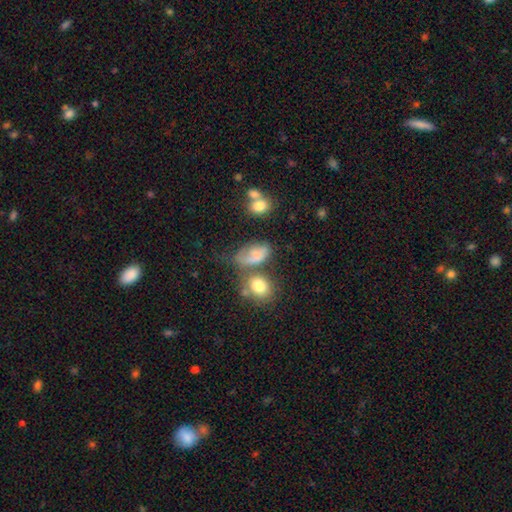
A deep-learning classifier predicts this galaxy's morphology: Overall: smooth (66%). How rounded: in between (80%). Merging: none (32%; minor disturbance 24%).